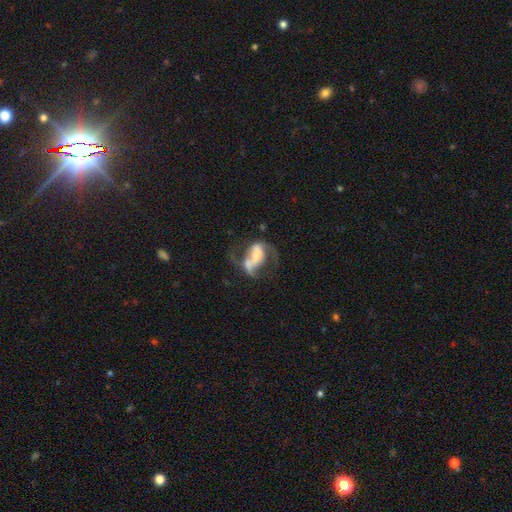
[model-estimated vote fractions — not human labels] Smooth or featured?
  - featured or disk: 69% *
  - smooth: 23%
  - star or artifact: 7%
Edge-on disk?
  - no: 95% *
  - yes: 5%
Bar?
  - no: 41% *
  - weak: 31%
  - strong: 28%
Spiral arms?
  - yes: 74% *
  - no: 26%
Bulge size?
  - moderate: 43% *
  - small: 33%
  - large: 13%
  - none: 8%
  - dominant: 3%
Merging?
  - major disturbance: 29% * (tied)
  - none: 29% * (tied)
  - merger: 28%
  - minor disturbance: 15%